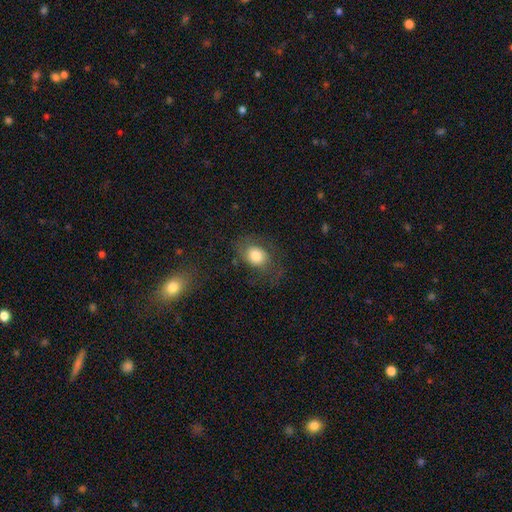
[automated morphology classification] smooth_or_featured: smooth (p=0.70) [alt: featured or disk p=0.20]
how_rounded: in between (p=0.64) [alt: round p=0.35]
merging: none (p=0.57) [alt: minor disturbance p=0.21]